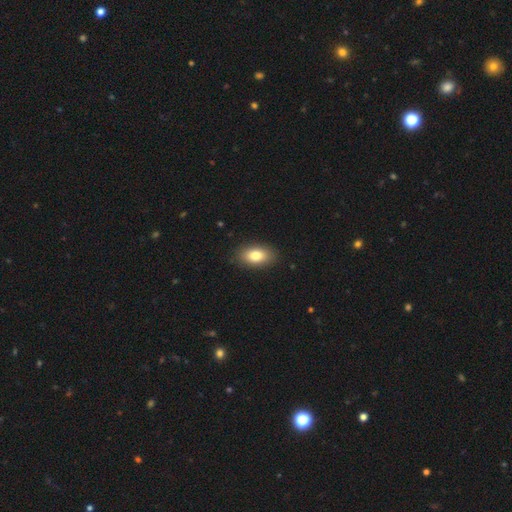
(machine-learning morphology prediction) Smooth or featured: smooth — 82% (featured or disk — 10%)
How rounded: in between — 91% (round — 6%)
Merging: none — 88% (minor disturbance — 9%)